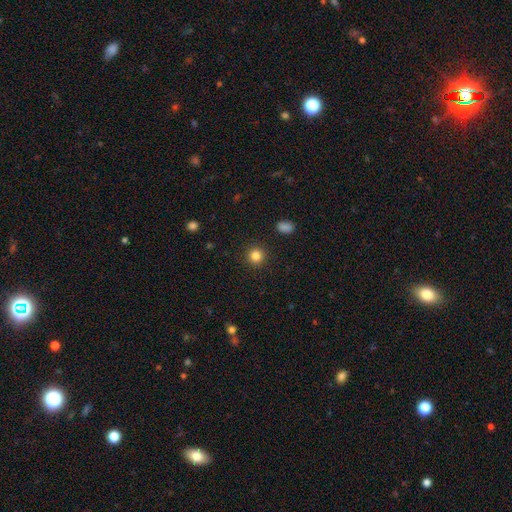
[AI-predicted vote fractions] smooth 84%, star or artifact 11%, featured or disk 5%. Down the decision tree: how rounded — round (93%); merging — none (92%).